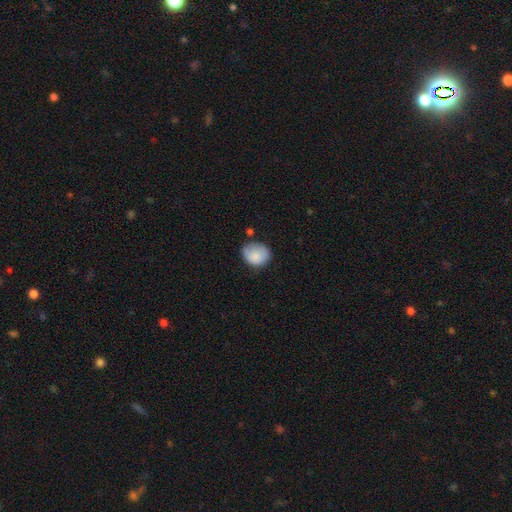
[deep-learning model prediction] This appears to be a smooth galaxy with no disk features (83%) that is round (55%). Merging: none (60%).